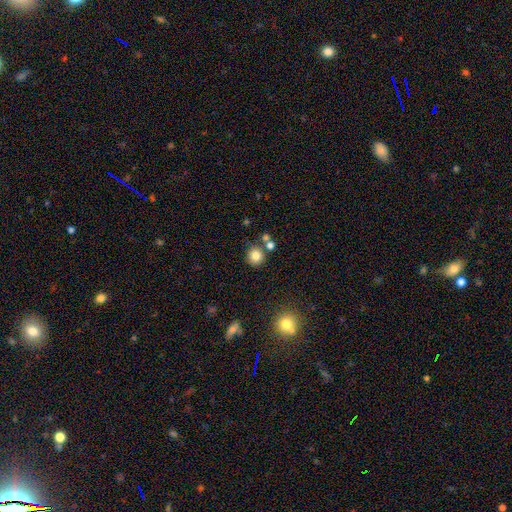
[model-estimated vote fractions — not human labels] Smooth or featured? Predicted: smooth (p=0.80). How rounded? Predicted: round (p=0.91). Merging? Predicted: none (p=0.77).